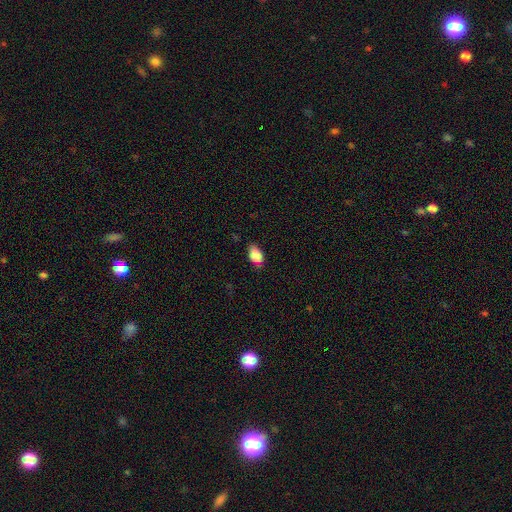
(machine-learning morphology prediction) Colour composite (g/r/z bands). It shows a smooth galaxy with no disk features (84%) that is in between round and cigar-shaped (89%). Merging: none (74%).